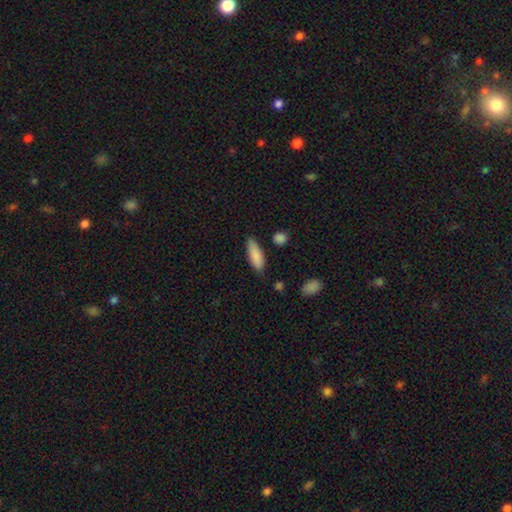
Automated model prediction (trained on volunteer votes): The model was most divided on "how rounded": in between: 57%, cigar-shaped: 41%, round: 2%. More confident: smooth or featured — smooth (86%); merging — none (79%).